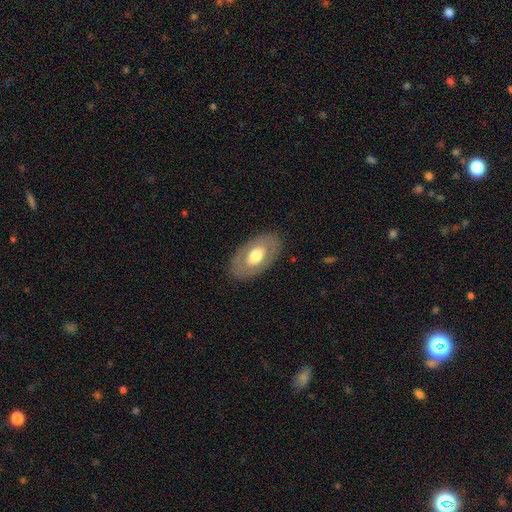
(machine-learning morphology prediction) This appears to be a smooth galaxy with no disk features (52%) that is in between round and cigar-shaped (91%). Merging: none (84%).